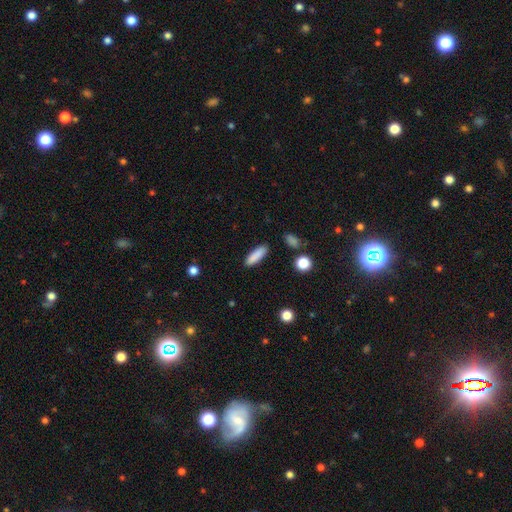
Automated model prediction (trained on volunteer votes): Smooth or featured: smooth — 87% (star or artifact — 7%)
How rounded: cigar-shaped — 61% (in between — 37%)
Merging: none — 88% (minor disturbance — 8%)